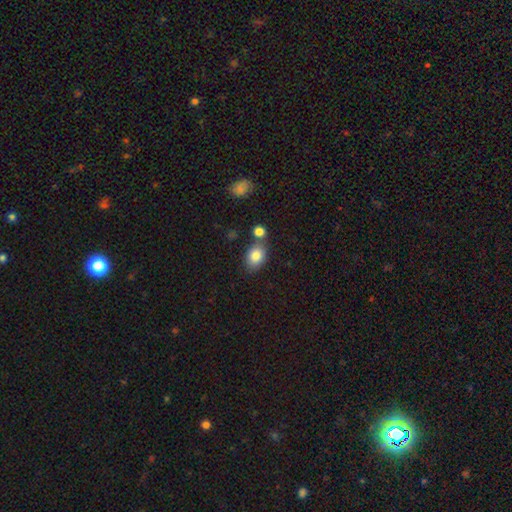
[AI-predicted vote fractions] Smooth or featured: smooth — 83% (star or artifact — 9%)
How rounded: in between — 66% (round — 33%)
Merging: none — 66% (merger — 17%)